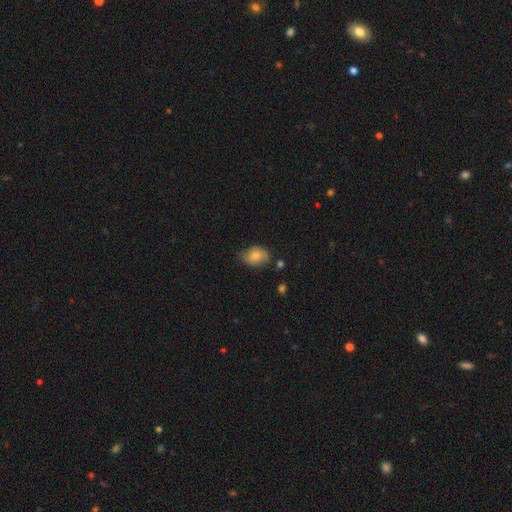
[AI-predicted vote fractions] This is likely a smooth galaxy (77%). How rounded: likely in between (77%). Merging: likely none (63%).